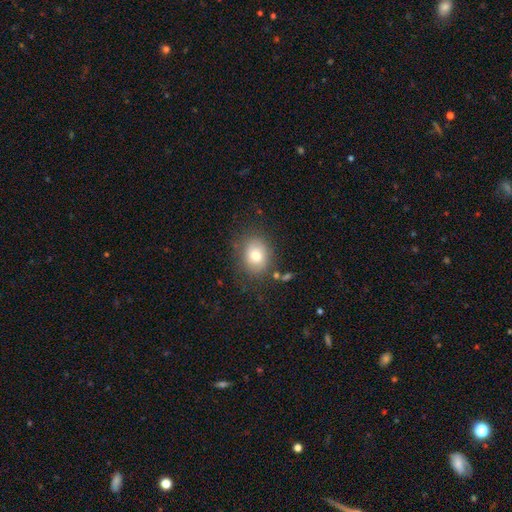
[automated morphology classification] The model was most divided on "how rounded": in between: 50%, round: 49%, cigar-shaped: 1%. More confident: smooth or featured — smooth (74%); merging — none (73%).